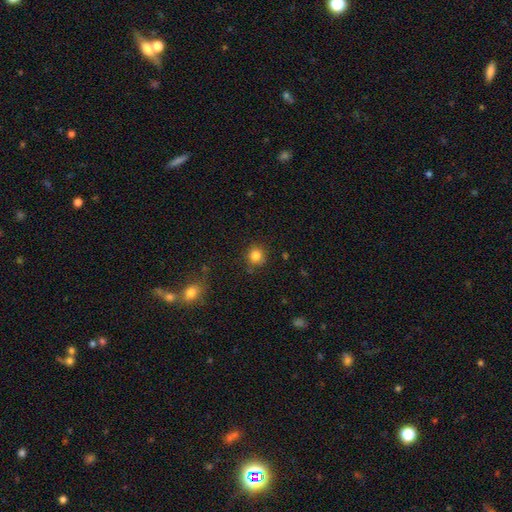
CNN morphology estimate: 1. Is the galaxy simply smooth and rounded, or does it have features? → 83% smooth, 11% star or artifact, 5% featured or disk.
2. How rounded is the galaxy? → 89% round, 10% in between, 1% cigar-shaped.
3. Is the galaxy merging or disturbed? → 83% none, 11% minor disturbance, 3% major disturbance, 2% merger.